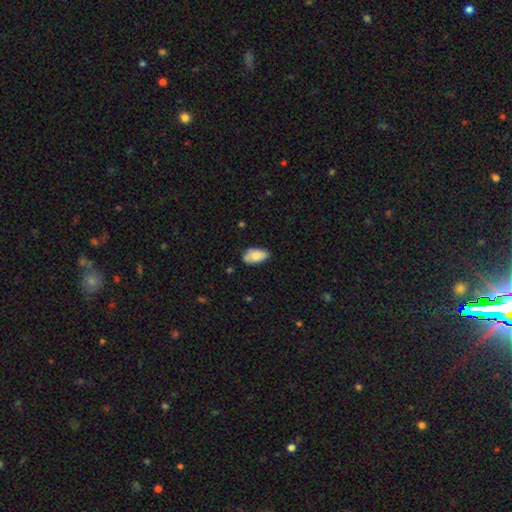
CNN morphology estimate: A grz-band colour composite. It shows a smooth galaxy with no disk features (79%) that is in between round and cigar-shaped (93%). Merging: none (62%).